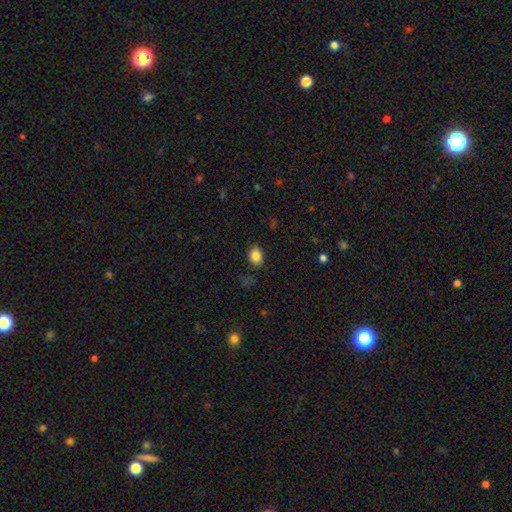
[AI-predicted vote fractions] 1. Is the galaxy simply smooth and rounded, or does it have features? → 85% smooth, 9% star or artifact, 5% featured or disk.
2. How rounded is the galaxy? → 68% in between, 31% round, 1% cigar-shaped.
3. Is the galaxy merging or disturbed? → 83% none, 13% minor disturbance, 3% major disturbance, 1% merger.